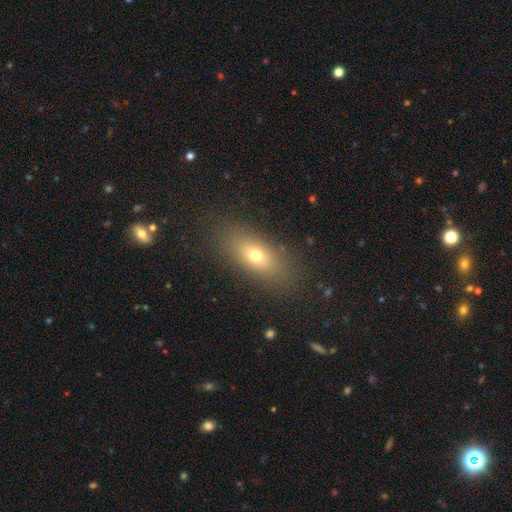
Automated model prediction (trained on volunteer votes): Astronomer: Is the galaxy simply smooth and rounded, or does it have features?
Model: smooth — 68%.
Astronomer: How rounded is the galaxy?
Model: in between — 75%.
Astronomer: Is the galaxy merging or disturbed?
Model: none — 84%.